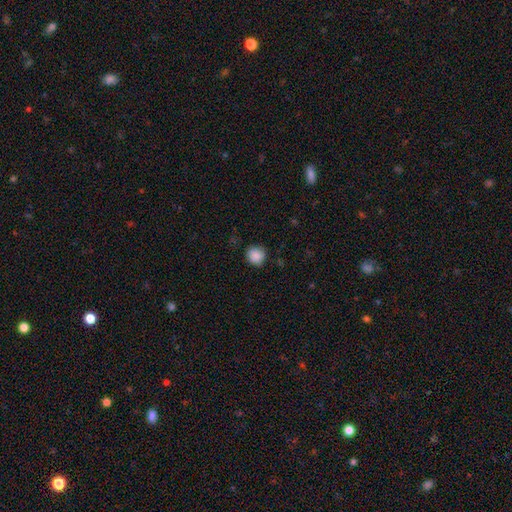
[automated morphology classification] This is clearly a smooth galaxy (88%). How rounded: clearly round (89%). Merging: clearly none (84%).